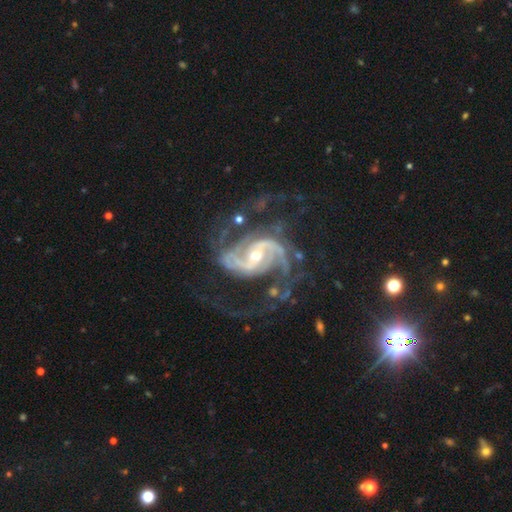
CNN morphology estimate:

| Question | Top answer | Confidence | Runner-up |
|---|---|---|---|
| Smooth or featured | featured or disk | 93% | star or artifact (5%) |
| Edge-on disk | no | 98% | yes (2%) |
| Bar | weak | 40% | strong (30%) |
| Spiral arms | yes | 98% | no (2%) |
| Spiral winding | medium | 54% | tight (23%) |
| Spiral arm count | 2 | 69% | 3 (11%) |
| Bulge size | moderate | 49% | small (46%) |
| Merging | none | 58% | major disturbance (22%) |